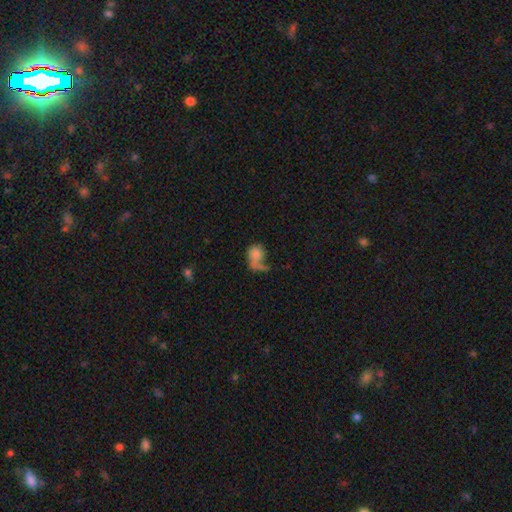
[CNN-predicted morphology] Overall: smooth (64%; featured or disk 26%). How rounded: in between (50%; round 48%). Merging: major disturbance (37%; none 27%).